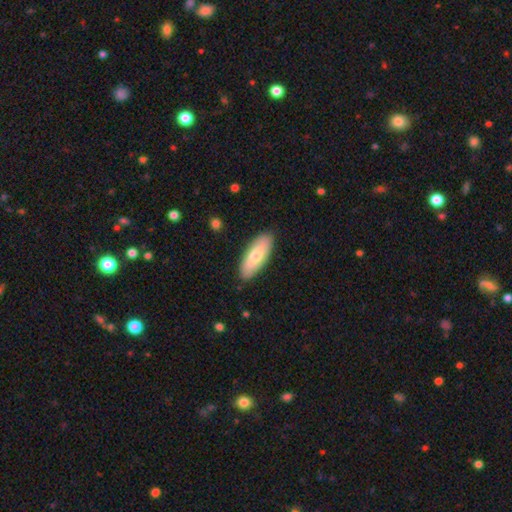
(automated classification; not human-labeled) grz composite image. It shows a smooth galaxy with no disk features (70%) that is in between round and cigar-shaped (72%). Merging: none (88%).